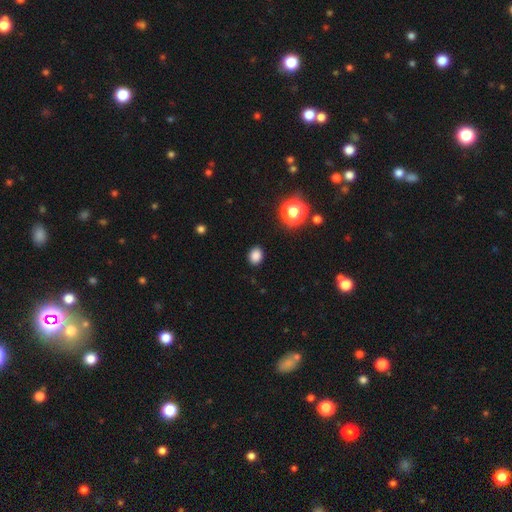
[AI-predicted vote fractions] Smooth or featured? smooth (84%)
How rounded? in between (50%)
Merging? none (88%)